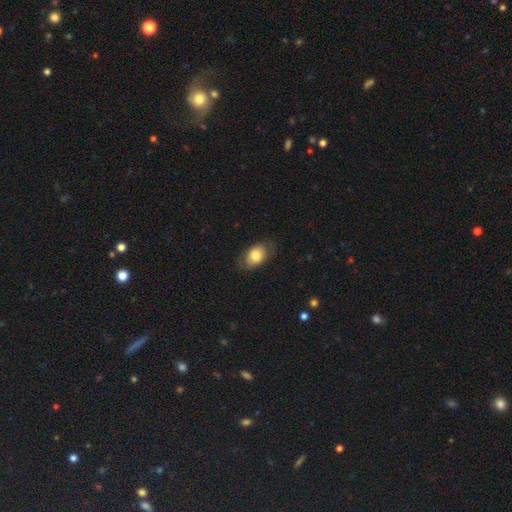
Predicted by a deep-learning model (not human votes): This is likely a smooth galaxy (77%). How rounded: clearly in between (81%). Merging: likely none (75%).